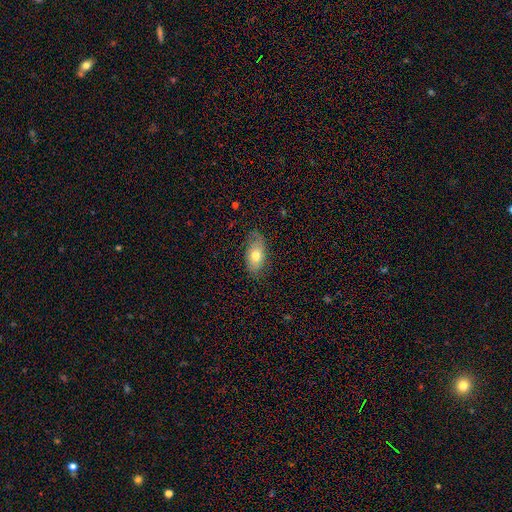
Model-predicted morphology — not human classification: type=smooth (70%); roundness=in between (91%); merging=none (71%).